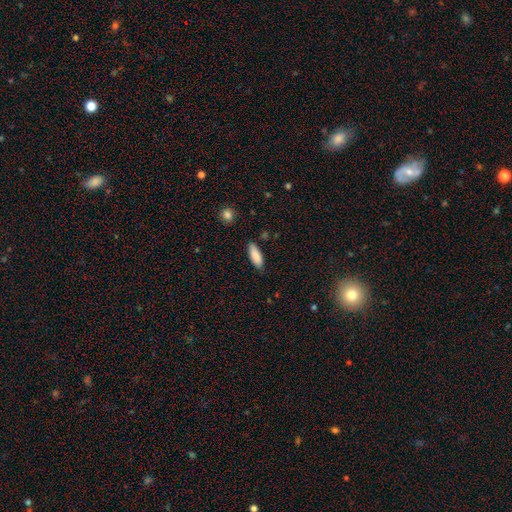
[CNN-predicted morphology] smooth 87%, star or artifact 6%, featured or disk 6%. Down the decision tree: how rounded — in between (65%); merging — none (83%).